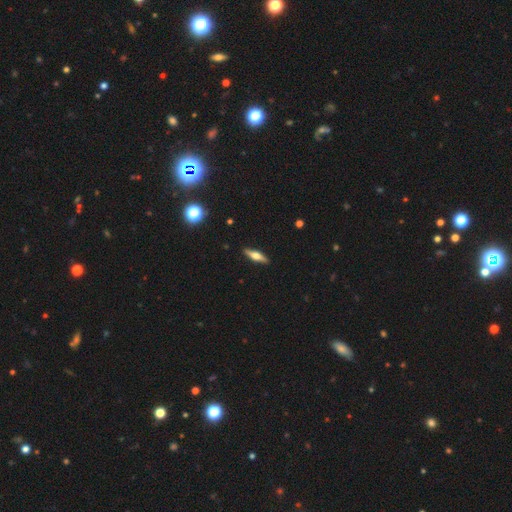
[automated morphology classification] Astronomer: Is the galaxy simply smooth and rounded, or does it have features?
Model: featured or disk — 57% (runner-up: smooth, 36%).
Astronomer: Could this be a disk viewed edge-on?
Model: yes — 94%.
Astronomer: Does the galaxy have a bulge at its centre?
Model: rounded — 92%.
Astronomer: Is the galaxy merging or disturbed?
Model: none — 90%.